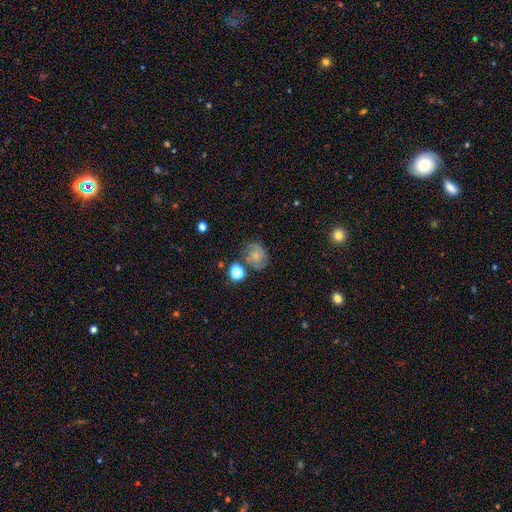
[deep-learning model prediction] A featured or disk galaxy (47%). Merging: none (61%).